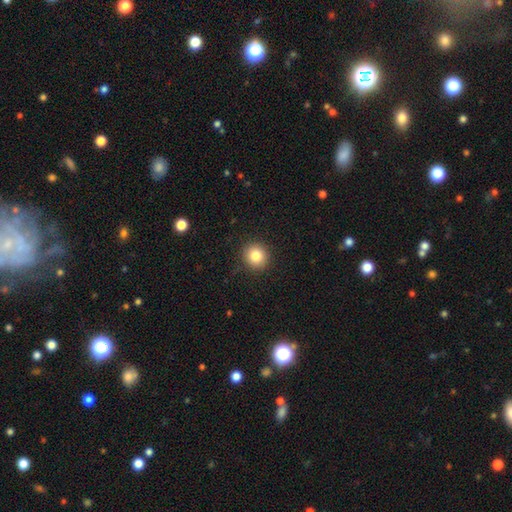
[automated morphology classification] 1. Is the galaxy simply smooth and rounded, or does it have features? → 83% smooth, 10% star or artifact, 7% featured or disk.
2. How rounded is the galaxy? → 92% round, 7% in between, 1% cigar-shaped.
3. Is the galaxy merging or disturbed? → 91% none, 6% minor disturbance, 2% major disturbance, 1% merger.